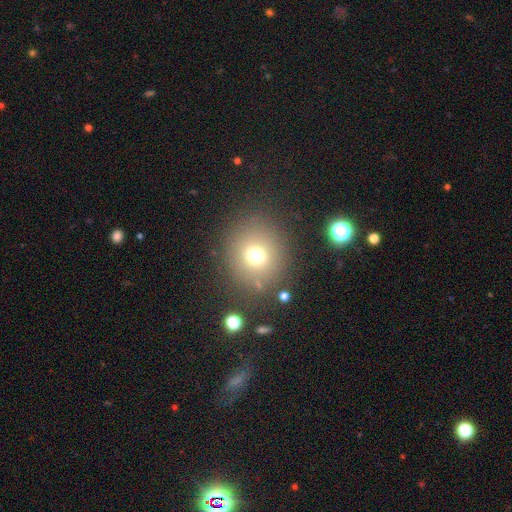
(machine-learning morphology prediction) smooth_or_featured: smooth (p=0.71) [alt: star or artifact p=0.18]
how_rounded: round (p=0.86) [alt: in between p=0.13]
merging: none (p=0.82) [alt: minor disturbance p=0.09]